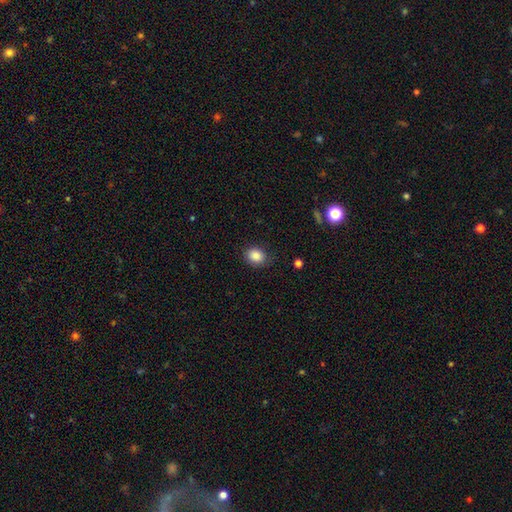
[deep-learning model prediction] This appears to be a smooth galaxy with no disk features (86%) that is round (50%). Merging: none (82%).